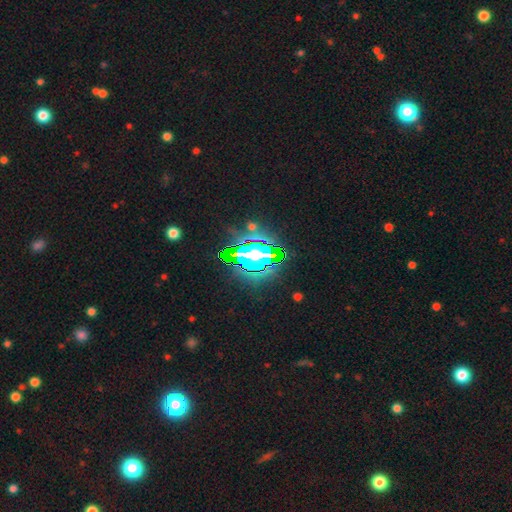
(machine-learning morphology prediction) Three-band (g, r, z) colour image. It shows a star or artifact, not a galaxy (80%).